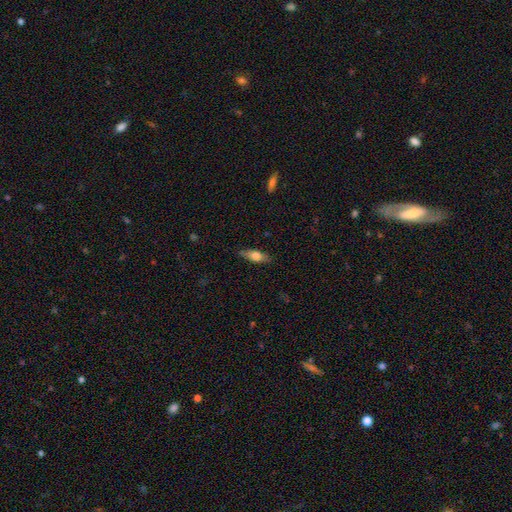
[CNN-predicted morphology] A smooth galaxy with no disk features (63%) that is in between round and cigar-shaped (59%). Merging: none (83%).